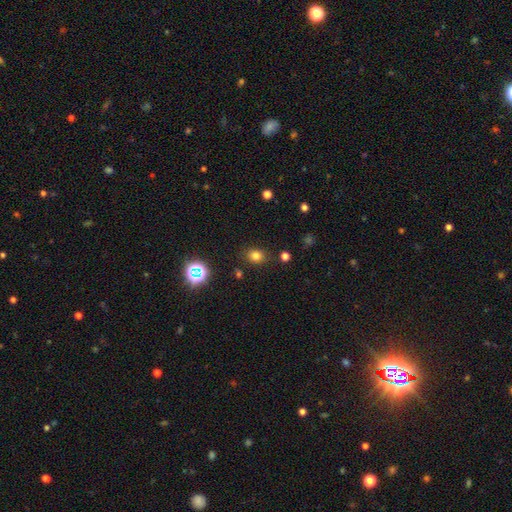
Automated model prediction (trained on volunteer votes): Overall: smooth (75%). How rounded: round (57%; in between 42%). Merging: none (83%).